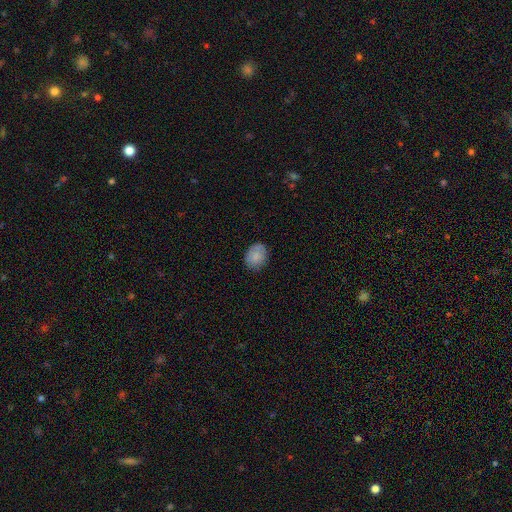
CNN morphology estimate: smooth-or-featured: smooth: 83% | featured or disk: 10% | star or artifact: 8%
  how-rounded: in between: 56% | round: 43% | cigar-shaped: 1%
  merging: none: 81% | minor disturbance: 15% | major disturbance: 3% | merger: 1%